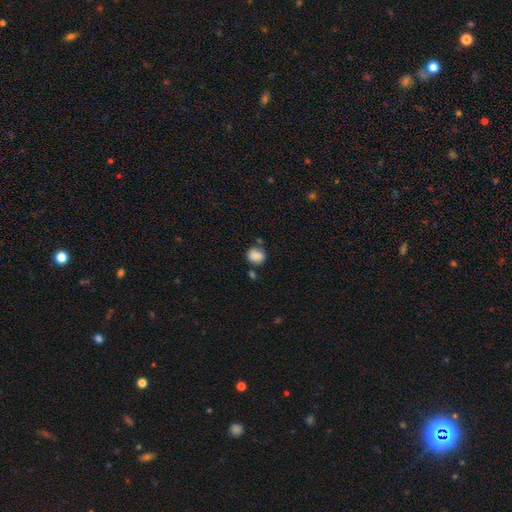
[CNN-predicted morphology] Q: Smooth or featured?
A: smooth (85%); runner-up: star or artifact (9%)
Q: How rounded?
A: round (67%); runner-up: in between (32%)
Q: Merging?
A: none (59%); runner-up: minor disturbance (21%)